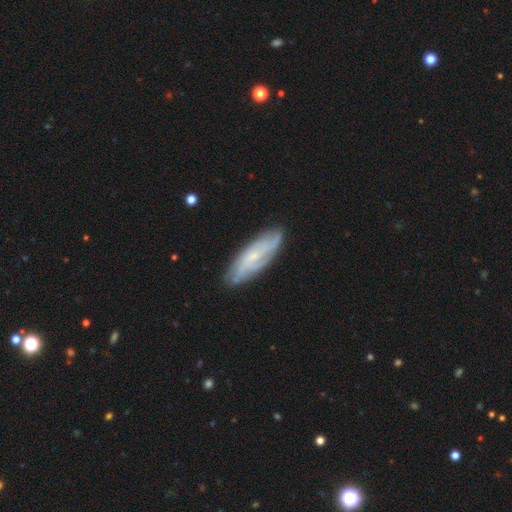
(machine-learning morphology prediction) A featured or disk galaxy (58%). Merging: none (84%).